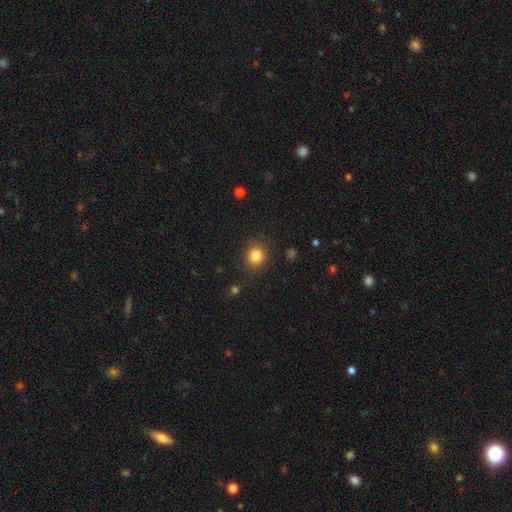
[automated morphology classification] A smooth galaxy with no disk features (84%) that is round (83%).

Vote fractions:
- Smooth or featured? smooth: 84% / star or artifact: 11% / featured or disk: 5%
- How rounded? round: 83% / in between: 16% / cigar-shaped: 1%
- Merging? none: 85% / minor disturbance: 10% / major disturbance: 3% / merger: 2%